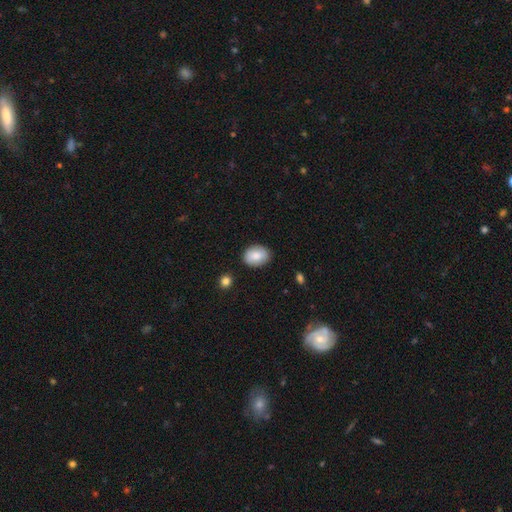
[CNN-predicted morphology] Smooth or featured? smooth (84%)
How rounded? in between (68%)
Merging? none (85%)